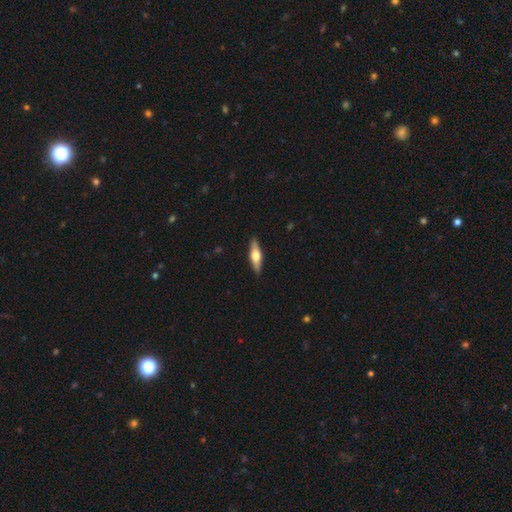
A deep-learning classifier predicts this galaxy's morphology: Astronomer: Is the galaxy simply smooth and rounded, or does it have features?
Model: featured or disk — 51% (runner-up: smooth, 44%).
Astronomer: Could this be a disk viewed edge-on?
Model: yes — 93%.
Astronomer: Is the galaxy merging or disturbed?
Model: none — 90%.